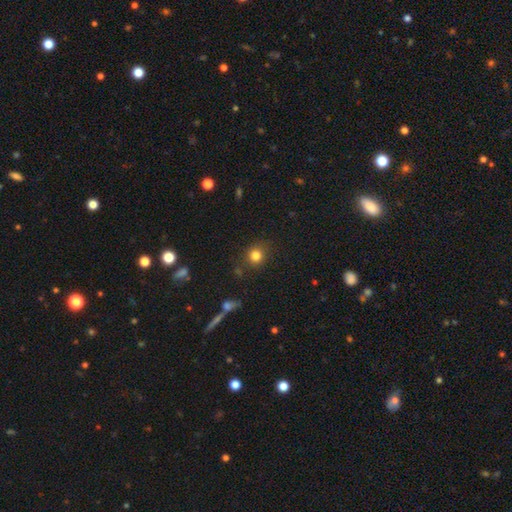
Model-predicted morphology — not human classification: type=smooth (82%); roundness=round (87%); merging=none (84%).